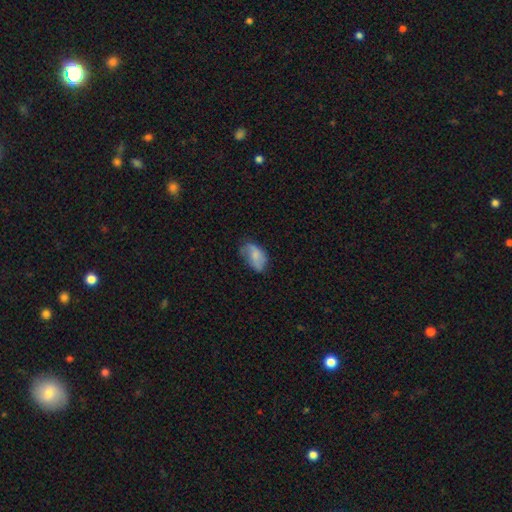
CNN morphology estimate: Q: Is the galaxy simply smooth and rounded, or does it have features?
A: smooth — 62%.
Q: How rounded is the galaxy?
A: in between — 89%.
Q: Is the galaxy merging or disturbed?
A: none — 41%.